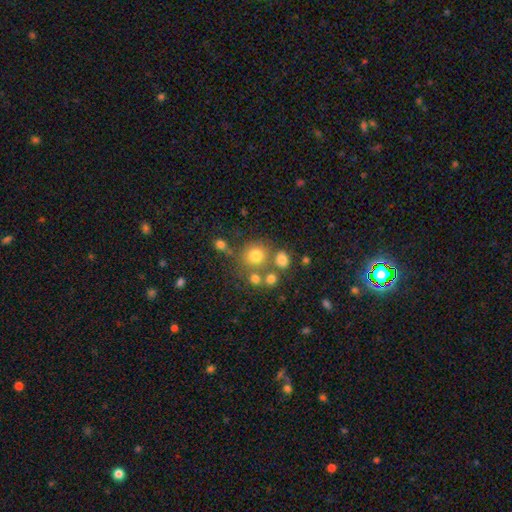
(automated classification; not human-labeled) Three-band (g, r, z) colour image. It shows a smooth galaxy with no disk features (73%) that is round (85%). Merging: none (62%).